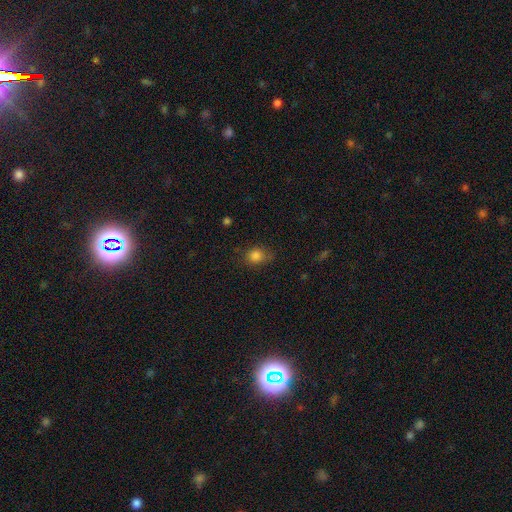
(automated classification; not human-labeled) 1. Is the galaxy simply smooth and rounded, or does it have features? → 83% smooth, 12% star or artifact, 6% featured or disk.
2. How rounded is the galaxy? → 58% round, 40% in between, 1% cigar-shaped.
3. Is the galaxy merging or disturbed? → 70% none, 22% minor disturbance, 6% major disturbance, 2% merger.